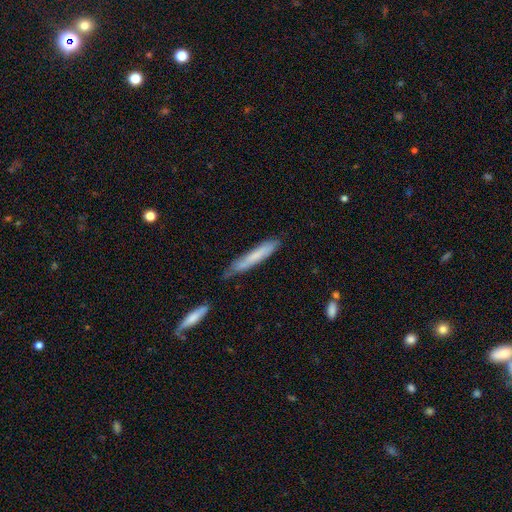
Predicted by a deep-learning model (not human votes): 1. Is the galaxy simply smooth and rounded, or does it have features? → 66% smooth, 28% featured or disk, 6% star or artifact.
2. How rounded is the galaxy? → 92% cigar-shaped, 6% in between, 1% round.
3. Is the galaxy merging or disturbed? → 67% none, 24% minor disturbance, 5% major disturbance, 4% merger.